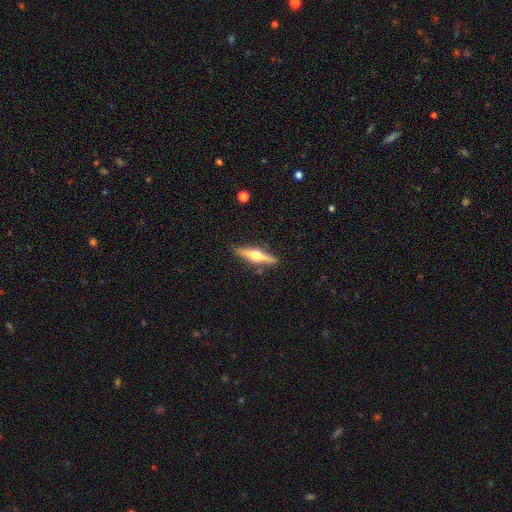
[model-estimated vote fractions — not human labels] Smooth or featured?
  - featured or disk: 71% *
  - smooth: 24%
  - star or artifact: 5%
Edge-on disk?
  - yes: 97% *
  - no: 3%
Edge-on bulge?
  - rounded: 96% *
  - boxy: 2%
  - none: 2%
Merging?
  - none: 87% *
  - minor disturbance: 9%
  - major disturbance: 2%
  - merger: 2%